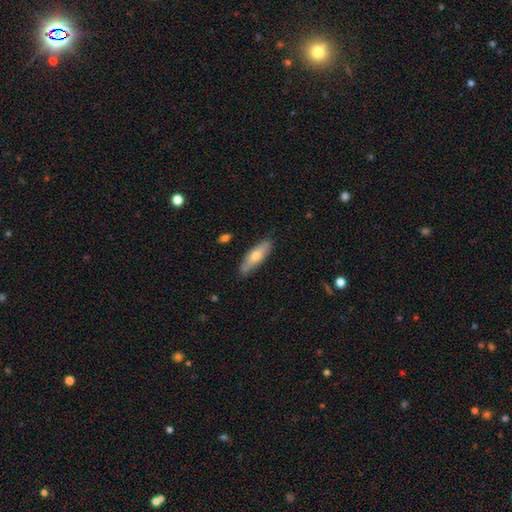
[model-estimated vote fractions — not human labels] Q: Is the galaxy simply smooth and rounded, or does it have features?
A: smooth — 61%.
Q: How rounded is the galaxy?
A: in between — 50%.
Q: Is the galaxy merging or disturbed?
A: none — 84%.